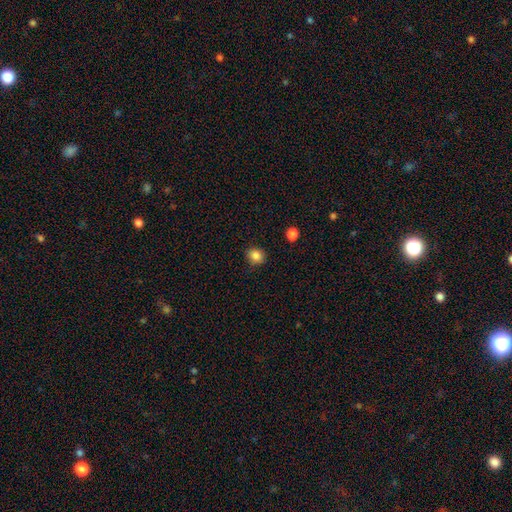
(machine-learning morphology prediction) type=smooth (85%); roundness=round (78%); merging=none (87%).